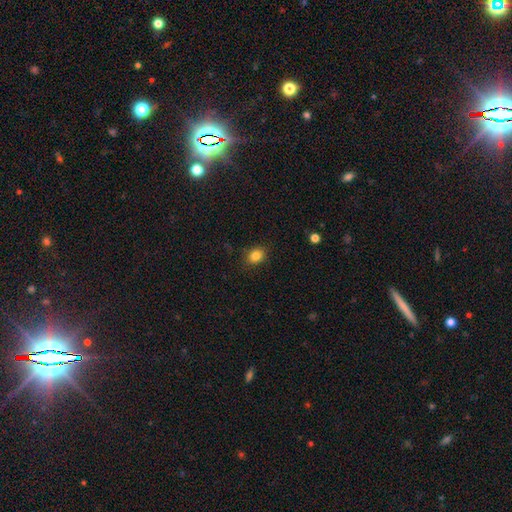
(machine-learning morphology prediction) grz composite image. It shows a smooth galaxy with no disk features (84%) that is in between round and cigar-shaped (50%). Merging: none (86%).